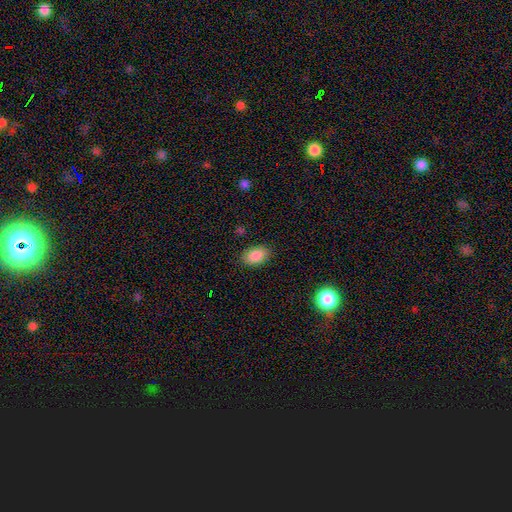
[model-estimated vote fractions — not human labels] smooth-or-featured: smooth: 87% | star or artifact: 8% | featured or disk: 6%
  how-rounded: in between: 90% | round: 8% | cigar-shaped: 2%
  merging: none: 86% | minor disturbance: 10% | major disturbance: 3% | merger: 1%